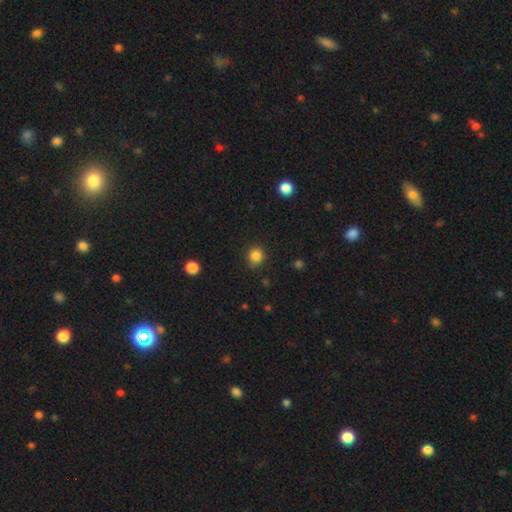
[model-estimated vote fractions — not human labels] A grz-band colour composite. It shows a smooth galaxy with no disk features (84%) that is round (88%). Merging: none (86%).